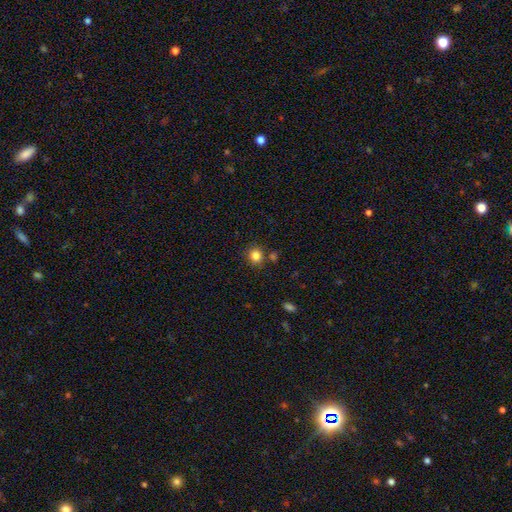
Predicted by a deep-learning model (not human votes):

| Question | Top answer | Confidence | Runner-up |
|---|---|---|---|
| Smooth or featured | smooth | 83% | star or artifact (12%) |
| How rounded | round | 81% | in between (18%) |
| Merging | none | 79% | minor disturbance (10%) |